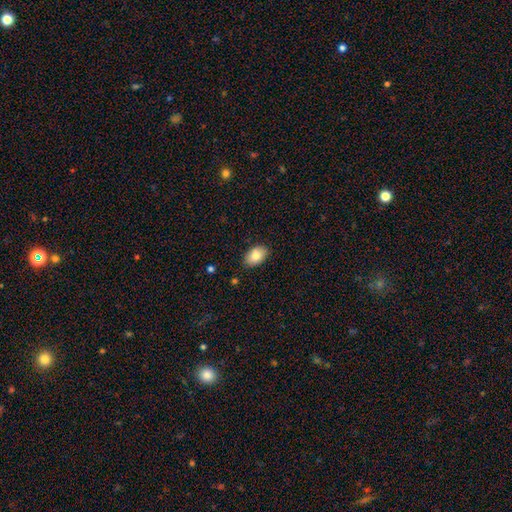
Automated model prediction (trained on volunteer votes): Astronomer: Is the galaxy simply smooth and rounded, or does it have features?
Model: smooth — 81%.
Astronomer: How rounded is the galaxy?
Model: in between — 88%.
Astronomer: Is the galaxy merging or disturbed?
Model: none — 86%.